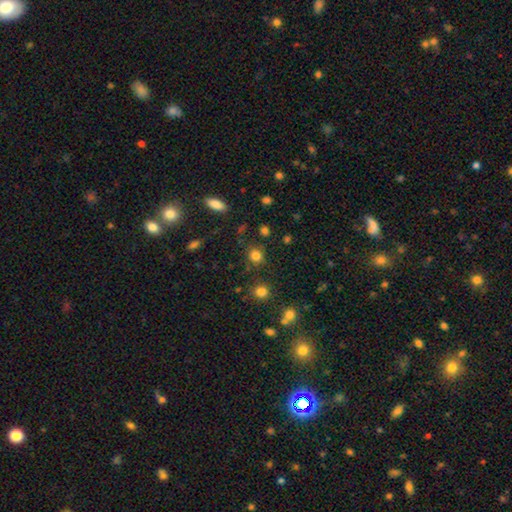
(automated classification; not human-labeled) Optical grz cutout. It shows a smooth galaxy with no disk features (80%) that is round (76%). Merging: none (79%).